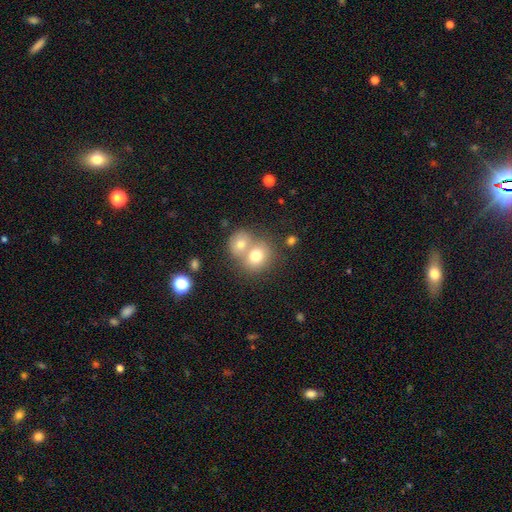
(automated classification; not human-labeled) Morphology: type=smooth (72%); roundness=round (71%); merging=merger (58%).